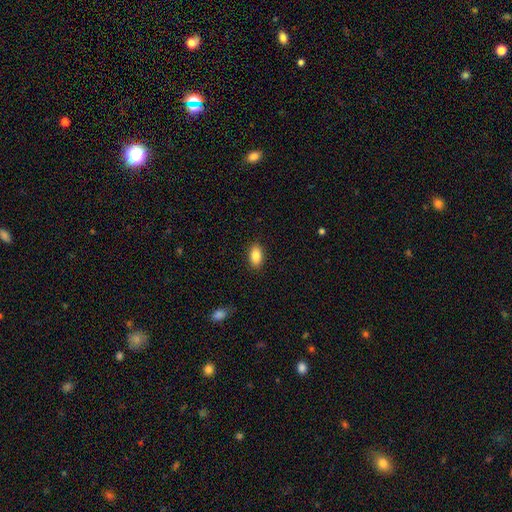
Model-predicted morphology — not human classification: Overall: smooth (86%). How rounded: in between (91%). Merging: none (89%).